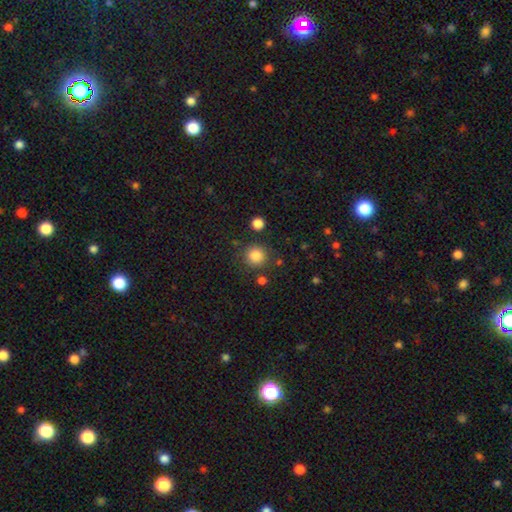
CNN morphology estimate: smooth-or-featured: smooth: 84% | star or artifact: 11% | featured or disk: 5%
  how-rounded: round: 93% | in between: 6% | cigar-shaped: 1%
  merging: none: 84% | minor disturbance: 8% | merger: 4% | major disturbance: 3%